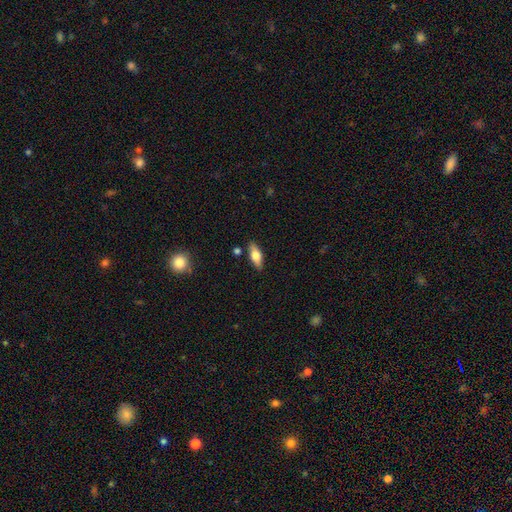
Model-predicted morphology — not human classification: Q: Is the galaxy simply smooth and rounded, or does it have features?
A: smooth — 63%.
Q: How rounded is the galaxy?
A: in between — 68%.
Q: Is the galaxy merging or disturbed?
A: none — 85%.